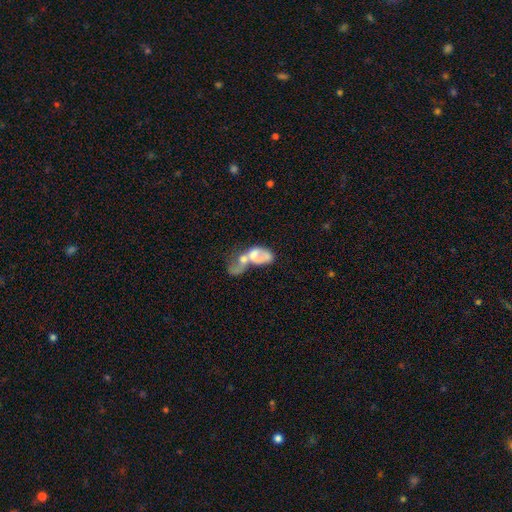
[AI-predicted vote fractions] Q: Smooth or featured?
A: smooth (46%); runner-up: featured or disk (45%)
Q: Merging?
A: merger (70%); runner-up: major disturbance (17%)